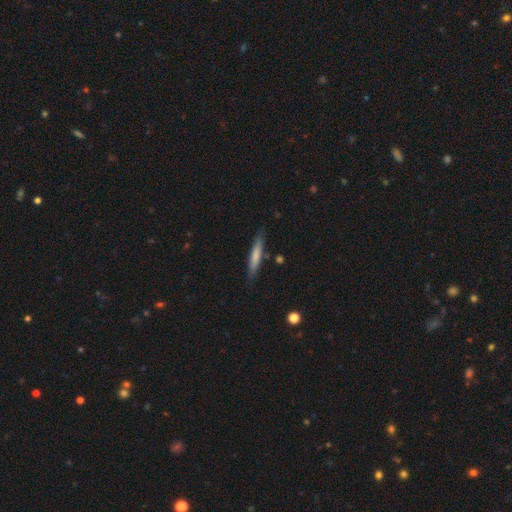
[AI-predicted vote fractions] Smooth or featured? smooth (69%)
How rounded? cigar-shaped (92%)
Merging? none (84%)